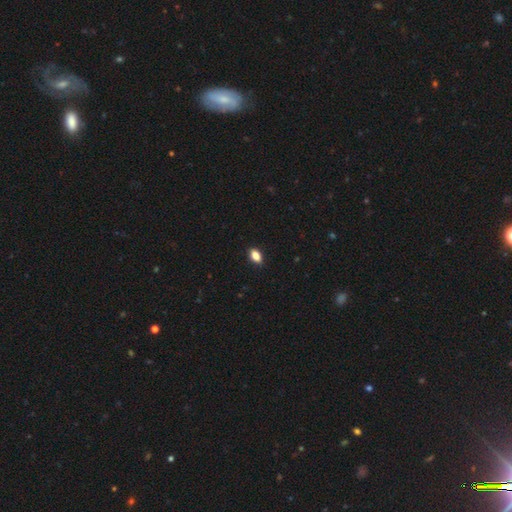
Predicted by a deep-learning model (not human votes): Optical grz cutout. It shows a smooth galaxy with no disk features (86%) that is in between round and cigar-shaped (87%). Merging: none (88%).